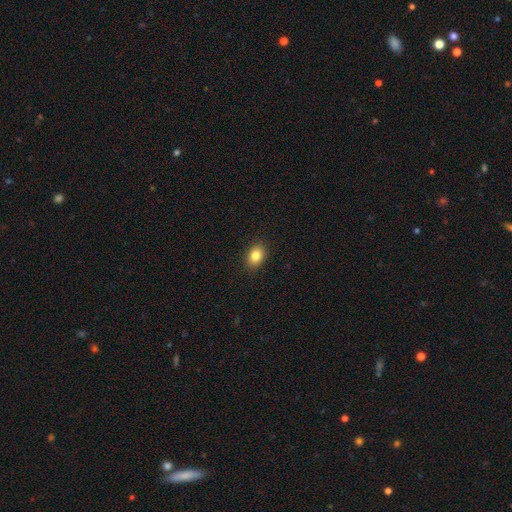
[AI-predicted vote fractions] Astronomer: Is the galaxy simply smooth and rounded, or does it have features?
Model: smooth — 83%.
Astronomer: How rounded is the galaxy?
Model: in between — 67%.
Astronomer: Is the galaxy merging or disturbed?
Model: none — 89%.